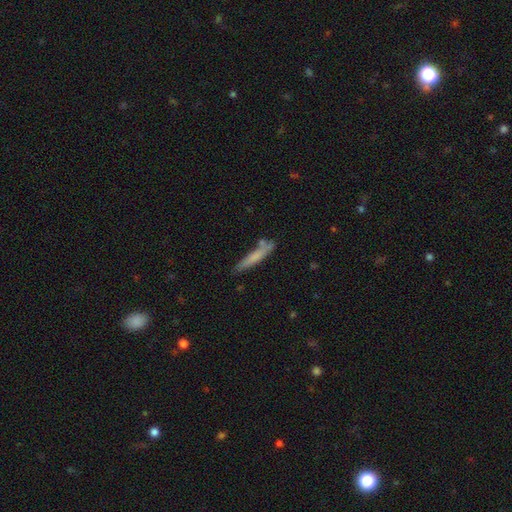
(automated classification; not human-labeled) Overall: smooth (68%). How rounded: cigar-shaped (92%). Merging: none (71%).